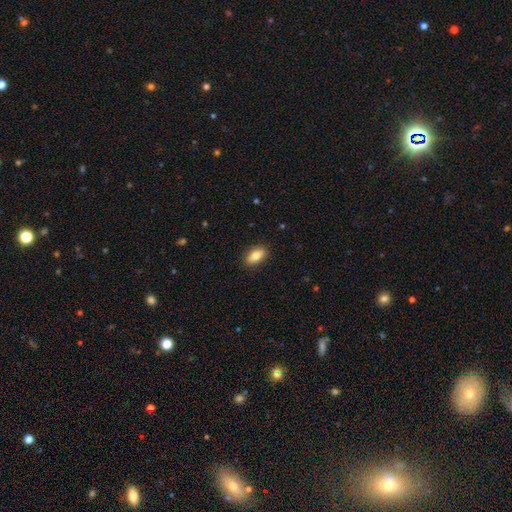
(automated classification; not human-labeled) This appears to be a smooth galaxy with no disk features (83%) that is in between round and cigar-shaped (89%). Merging: none (88%).